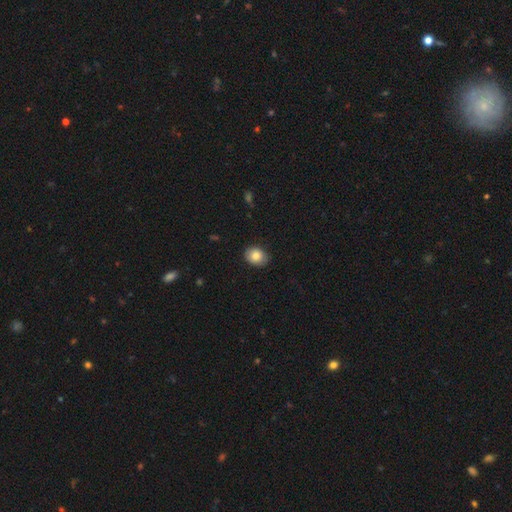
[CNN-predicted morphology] smooth 82%, featured or disk 10%, star or artifact 8%. Down the decision tree: how rounded — in between (54%); merging — none (84%).